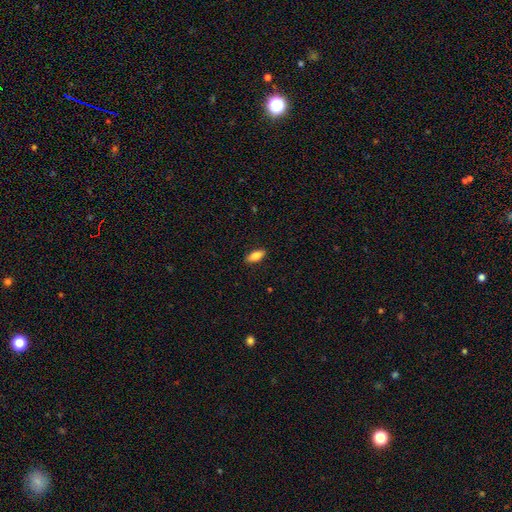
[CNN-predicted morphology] Smooth or featured? smooth (83%)
How rounded? in between (83%)
Merging? none (88%)